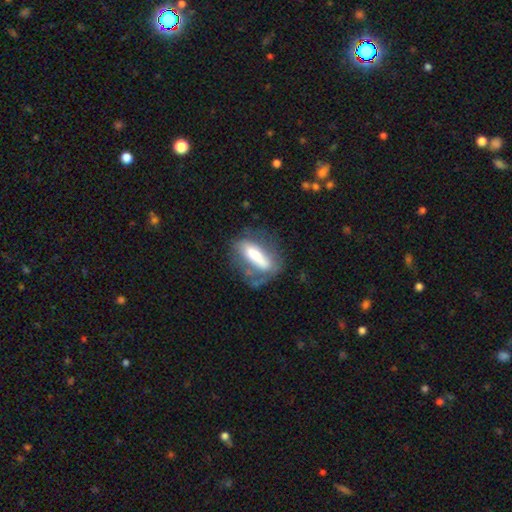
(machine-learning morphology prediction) A smooth galaxy with no disk features (49%). Merging: none (52%).